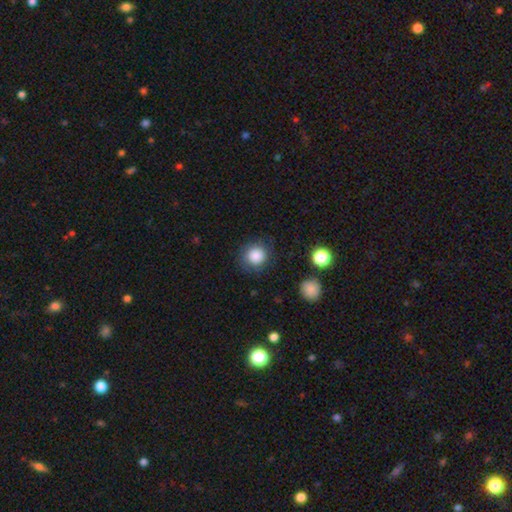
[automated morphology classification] Overall: smooth (85%). How rounded: round (90%). Merging: none (82%).